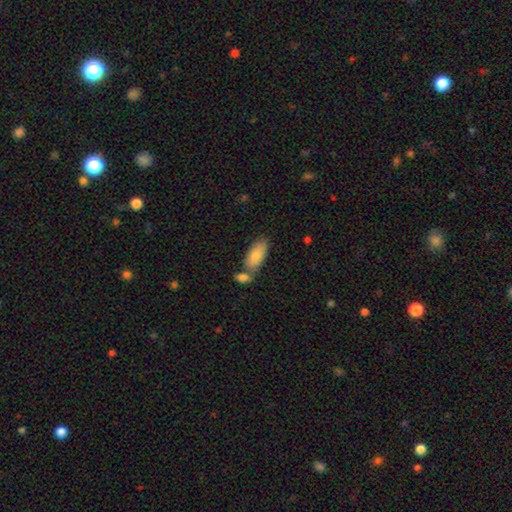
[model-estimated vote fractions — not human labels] Smooth or featured?
  - smooth: 77% *
  - featured or disk: 16%
  - star or artifact: 6%
How rounded?
  - in between: 87% *
  - cigar-shaped: 11%
  - round: 3%
Merging?
  - none: 57% *
  - merger: 27%
  - minor disturbance: 13%
  - major disturbance: 3%